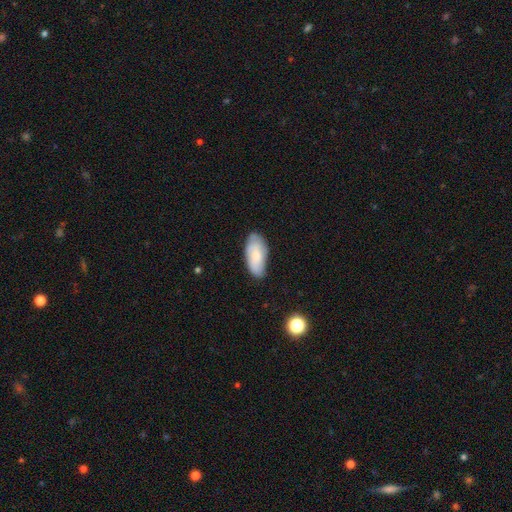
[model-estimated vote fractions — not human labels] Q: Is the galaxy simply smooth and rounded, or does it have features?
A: smooth — 70%.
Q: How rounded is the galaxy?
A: in between — 91%.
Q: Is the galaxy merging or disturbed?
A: none — 72%.